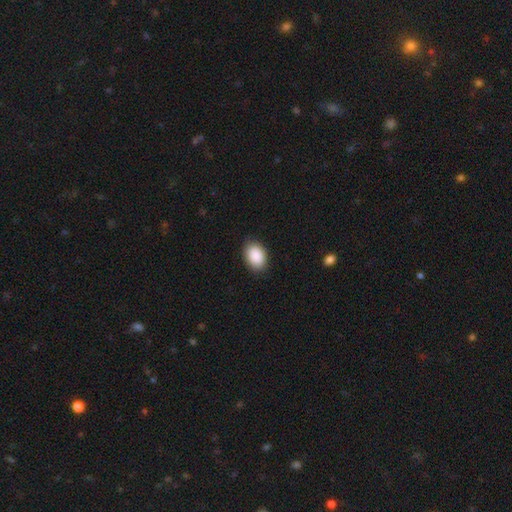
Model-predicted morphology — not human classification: Smooth or featured: smooth — 90% (star or artifact — 7%)
How rounded: in between — 84% (round — 15%)
Merging: none — 87% (minor disturbance — 10%)